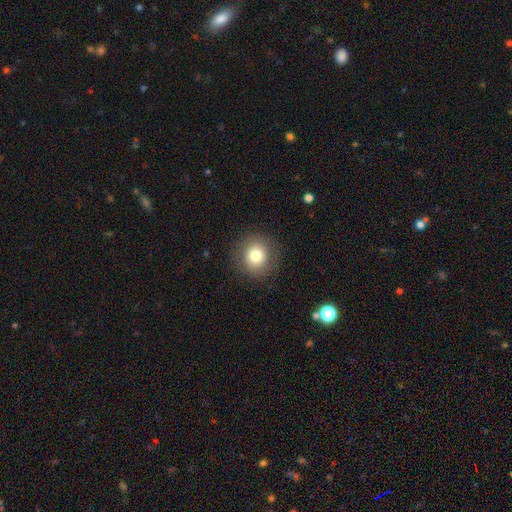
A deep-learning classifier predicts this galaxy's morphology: Smooth or featured: smooth — 78% (star or artifact — 11%)
How rounded: round — 90% (in between — 9%)
Merging: none — 89% (minor disturbance — 7%)